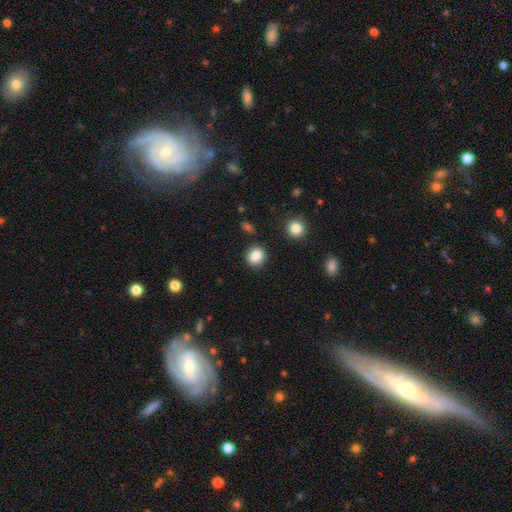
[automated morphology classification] Smooth or featured?
  - smooth: 86% *
  - star or artifact: 9%
  - featured or disk: 4%
How rounded?
  - round: 83% *
  - in between: 16%
  - cigar-shaped: 1%
Merging?
  - none: 88% *
  - minor disturbance: 7%
  - merger: 3%
  - major disturbance: 2%